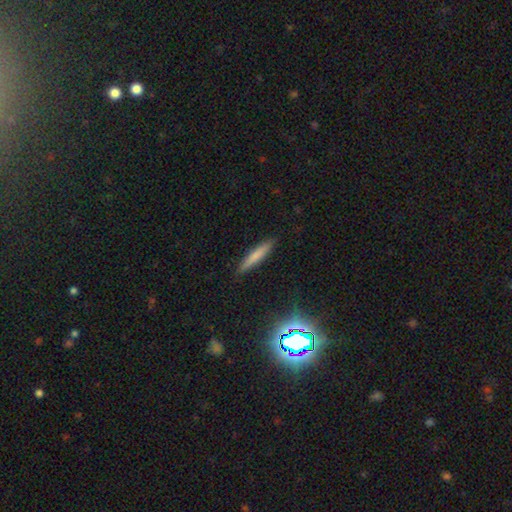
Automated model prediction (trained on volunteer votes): A smooth galaxy with no disk features (70%) that is cigar-shaped (90%).

Vote fractions:
- Smooth or featured? smooth: 70% / featured or disk: 19% / star or artifact: 10%
- How rounded? cigar-shaped: 90% / in between: 8% / round: 2%
- Merging? none: 89% / minor disturbance: 8% / major disturbance: 2% / merger: 1%